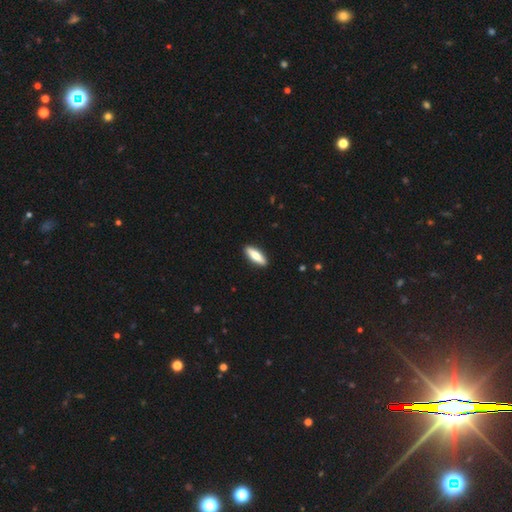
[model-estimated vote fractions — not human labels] smooth_or_featured: smooth (p=0.69) [alt: featured or disk p=0.26]
how_rounded: cigar-shaped (p=0.50) [alt: in between p=0.48]
merging: none (p=0.91) [alt: minor disturbance p=0.07]